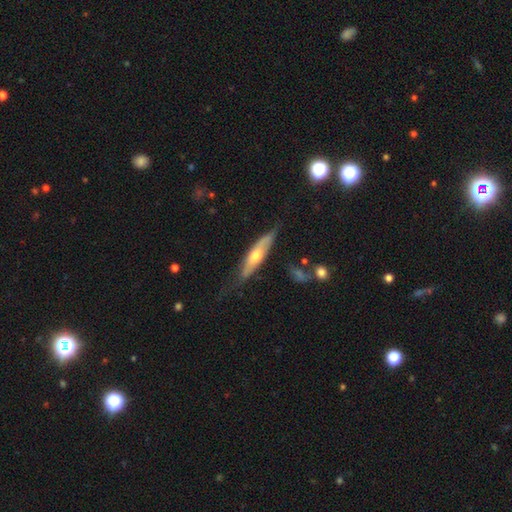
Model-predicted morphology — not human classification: Smooth or featured? featured or disk (53%)
Edge-on disk? yes (73%)
Merging? none (64%)